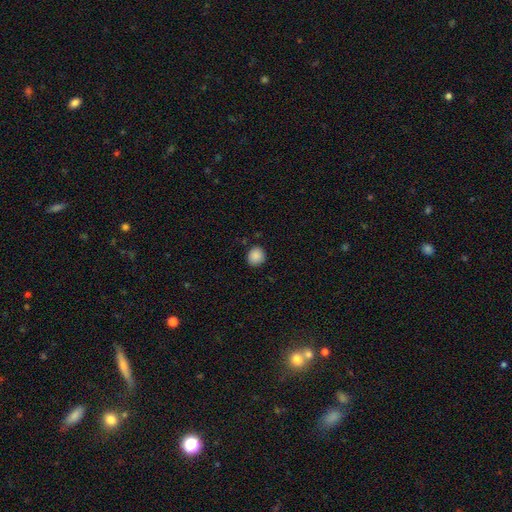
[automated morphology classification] A smooth galaxy with no disk features (88%) that is round (86%). Merging: none (88%).